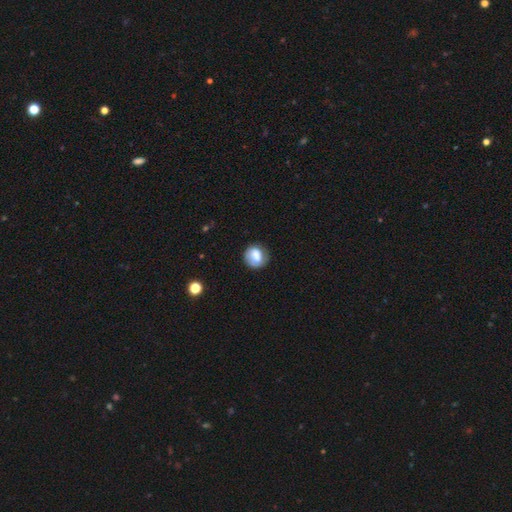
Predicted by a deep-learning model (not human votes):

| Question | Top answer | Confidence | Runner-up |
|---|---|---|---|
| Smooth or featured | smooth | 74% | featured or disk (18%) |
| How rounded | round | 81% | in between (18%) |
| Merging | none | 67% | minor disturbance (22%) |